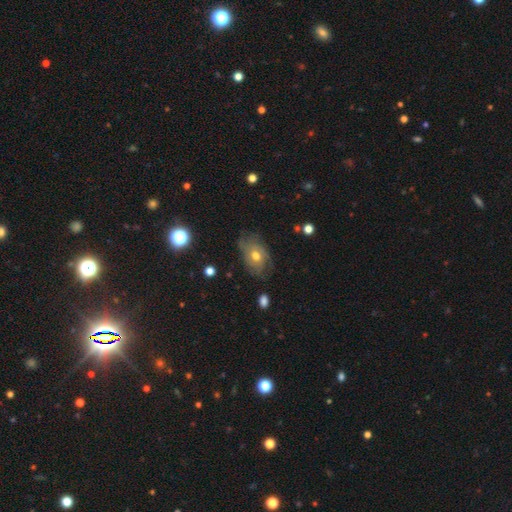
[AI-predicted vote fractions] A featured or disk galaxy (50%).

Vote fractions:
- Smooth or featured? featured or disk: 50% / smooth: 40% / star or artifact: 10%
- Merging? none: 64% / minor disturbance: 25% / major disturbance: 10% / merger: 2%